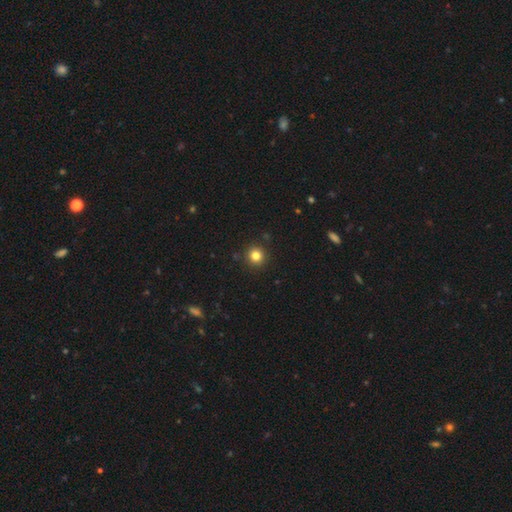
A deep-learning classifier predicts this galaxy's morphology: smooth-or-featured: smooth: 82% | star or artifact: 13% | featured or disk: 6%
  how-rounded: round: 93% | in between: 6% | cigar-shaped: 1%
  merging: none: 91% | minor disturbance: 5% | major disturbance: 2% | merger: 1%